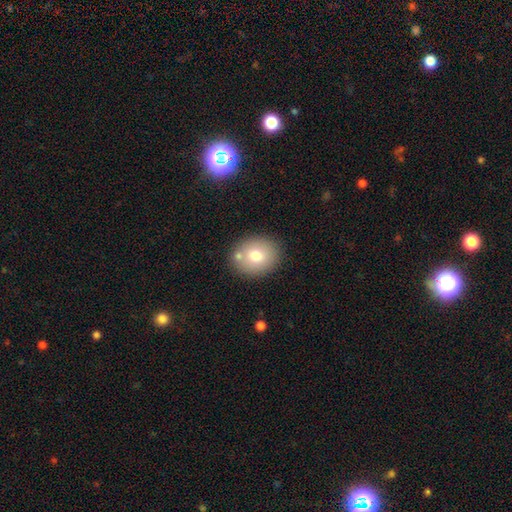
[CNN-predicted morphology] This appears to be a smooth galaxy with no disk features (73%) that is round (64%). Merging: none (77%).